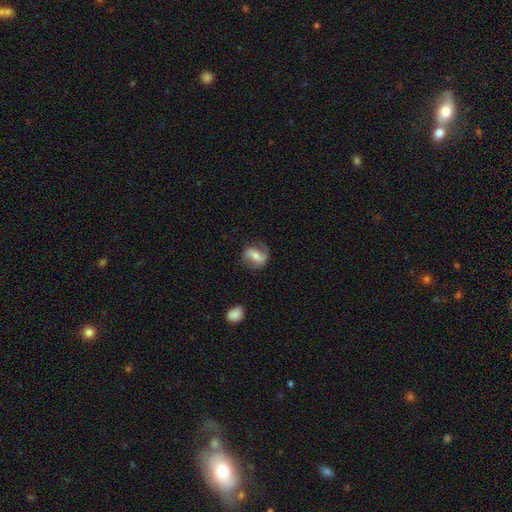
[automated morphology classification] Smooth or featured: featured or disk — 61% (smooth — 32%)
Edge-on disk: no — 95% (yes — 5%)
Bar: strong — 39% (weak — 36%)
Spiral arms: yes — 85% (no — 15%)
Bulge size: moderate — 53% (small — 36%)
Merging: none — 66% (minor disturbance — 21%)